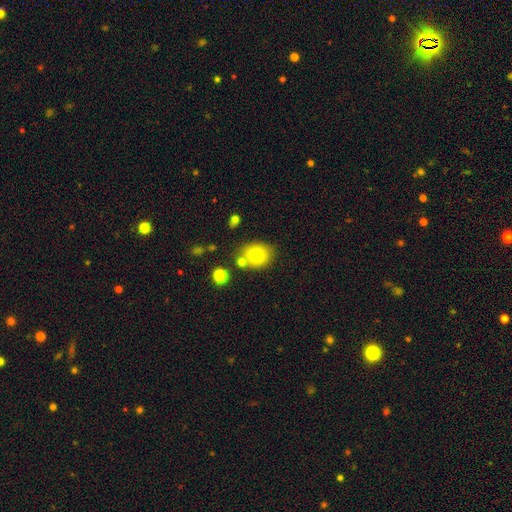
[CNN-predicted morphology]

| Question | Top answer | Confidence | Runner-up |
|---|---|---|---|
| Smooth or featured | smooth | 76% | featured or disk (13%) |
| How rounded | round | 63% | in between (36%) |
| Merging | none | 69% | minor disturbance (14%) |